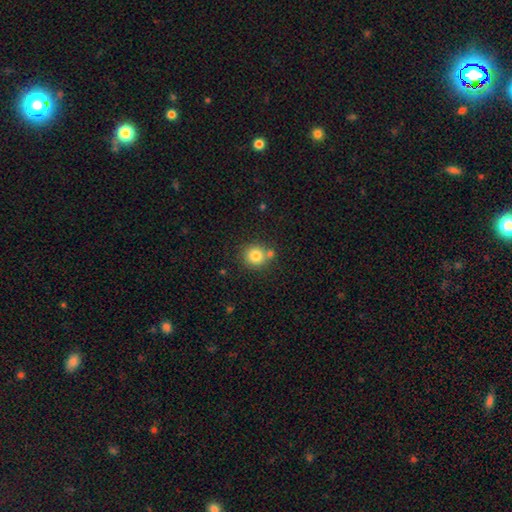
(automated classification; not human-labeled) Smooth or featured? Predicted: smooth (p=0.81). How rounded? Predicted: round (p=0.91). Merging? Predicted: none (p=0.72).